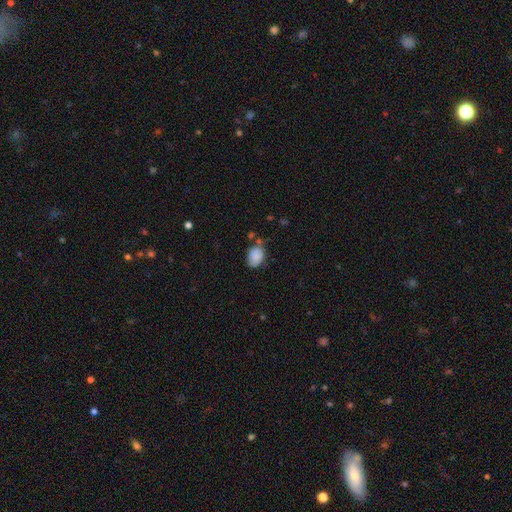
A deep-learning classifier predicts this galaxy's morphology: type=smooth (81%); roundness=in between (68%); merging=none (55%).